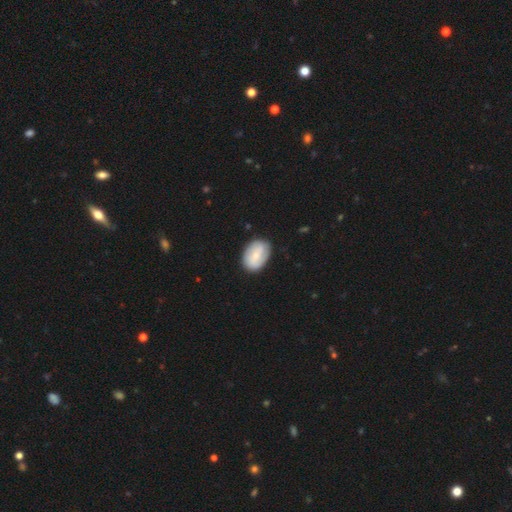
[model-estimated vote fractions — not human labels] Morphology: type=smooth (60%); roundness=in between (81%); merging=none (82%).